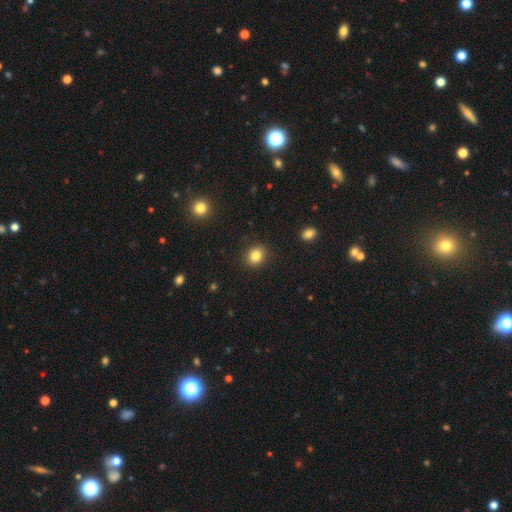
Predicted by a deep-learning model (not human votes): smooth 84%, star or artifact 11%, featured or disk 6%. Down the decision tree: how rounded — round (64%); merging — none (90%).